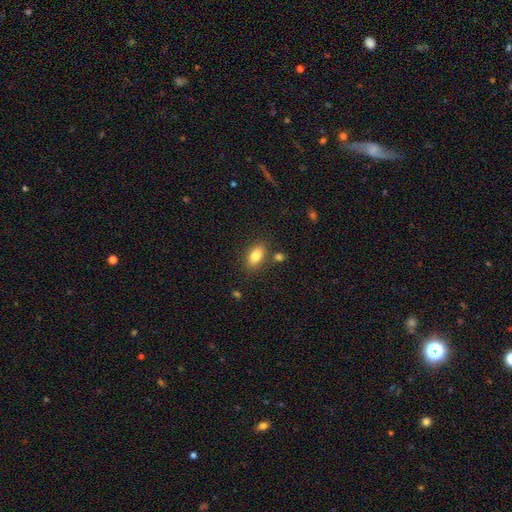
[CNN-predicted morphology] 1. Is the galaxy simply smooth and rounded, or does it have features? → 83% smooth, 9% featured or disk, 8% star or artifact.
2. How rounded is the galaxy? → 89% in between, 7% round, 4% cigar-shaped.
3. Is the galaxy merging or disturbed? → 80% none, 11% minor disturbance, 6% merger, 3% major disturbance.